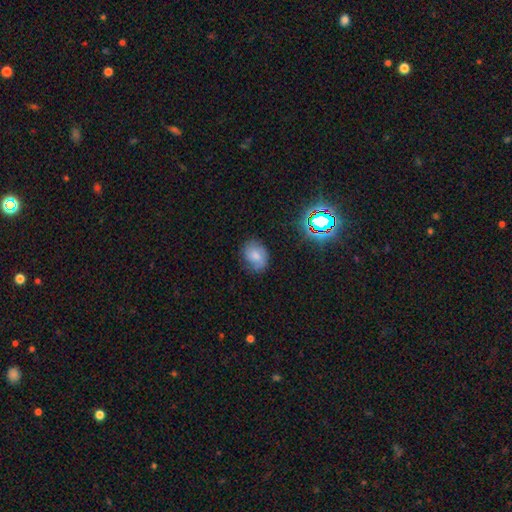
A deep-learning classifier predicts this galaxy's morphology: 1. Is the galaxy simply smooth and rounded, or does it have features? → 60% smooth, 26% featured or disk, 14% star or artifact.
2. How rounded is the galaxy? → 58% in between, 41% round, 1% cigar-shaped.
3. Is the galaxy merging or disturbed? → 68% none, 24% minor disturbance, 6% major disturbance, 2% merger.